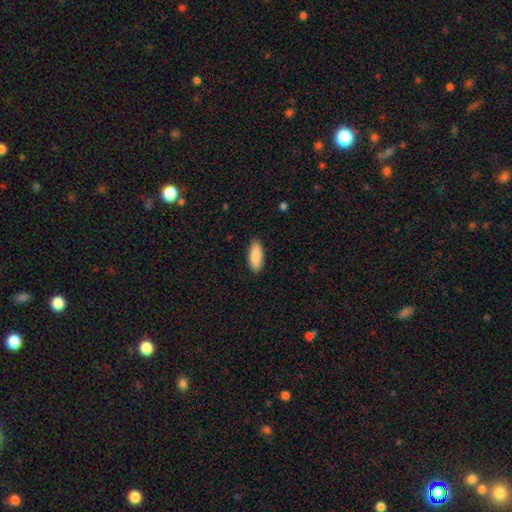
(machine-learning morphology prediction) Smooth or featured: smooth — 89% (featured or disk — 6%)
How rounded: in between — 77% (cigar-shaped — 21%)
Merging: none — 88% (minor disturbance — 9%)